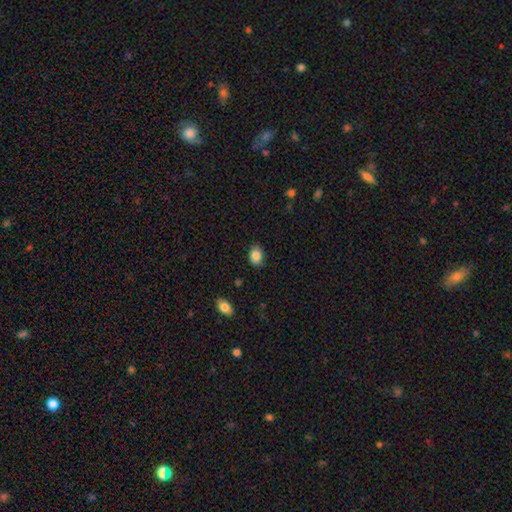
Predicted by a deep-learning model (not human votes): smooth-or-featured: smooth: 86% | star or artifact: 8% | featured or disk: 5%
  how-rounded: in between: 75% | round: 24% | cigar-shaped: 1%
  merging: none: 87% | minor disturbance: 9% | major disturbance: 2% | merger: 1%